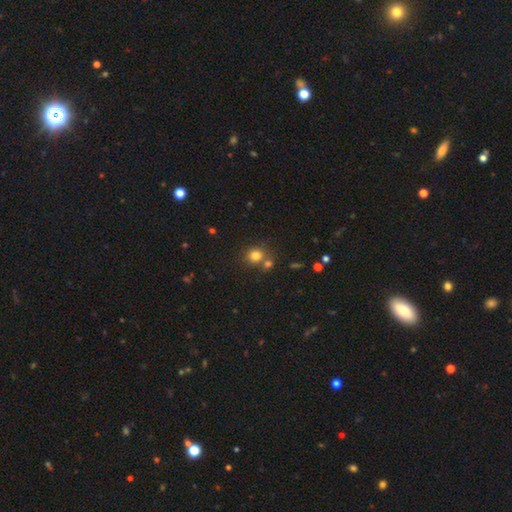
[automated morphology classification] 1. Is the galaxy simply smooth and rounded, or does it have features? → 80% smooth, 13% star or artifact, 7% featured or disk.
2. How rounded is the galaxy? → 82% round, 17% in between, 1% cigar-shaped.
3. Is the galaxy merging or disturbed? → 61% none, 27% merger, 9% minor disturbance, 3% major disturbance.